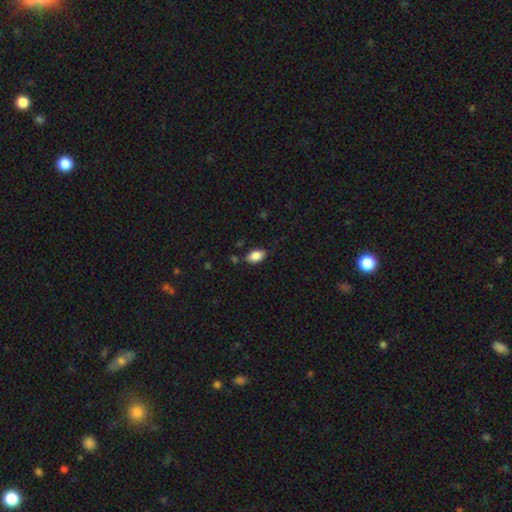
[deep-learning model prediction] Smooth or featured?
  - smooth: 86% *
  - star or artifact: 8%
  - featured or disk: 6%
How rounded?
  - in between: 91% *
  - round: 7%
  - cigar-shaped: 2%
Merging?
  - none: 79% *
  - minor disturbance: 14%
  - merger: 3%
  - major disturbance: 3%